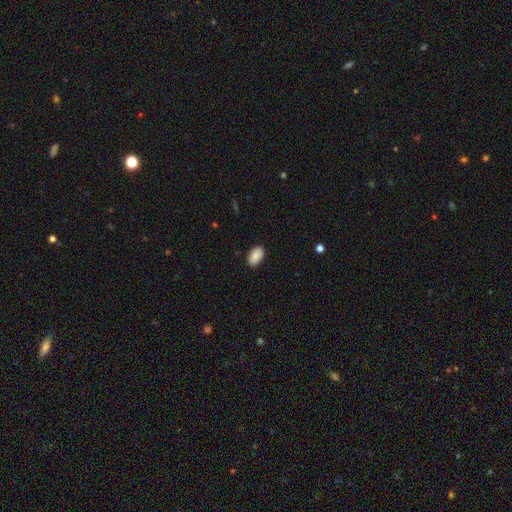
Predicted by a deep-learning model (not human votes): smooth 89%, star or artifact 7%, featured or disk 5%. Down the decision tree: how rounded — in between (94%); merging — none (88%).